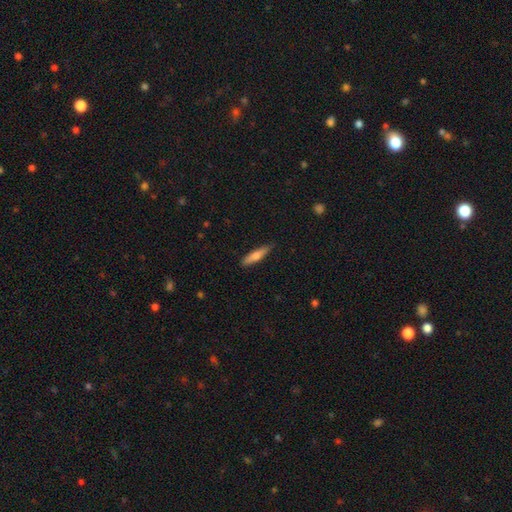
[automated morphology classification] Smooth or featured? Predicted: smooth (p=0.64). How rounded? Predicted: cigar-shaped (p=0.82). Merging? Predicted: none (p=0.86).